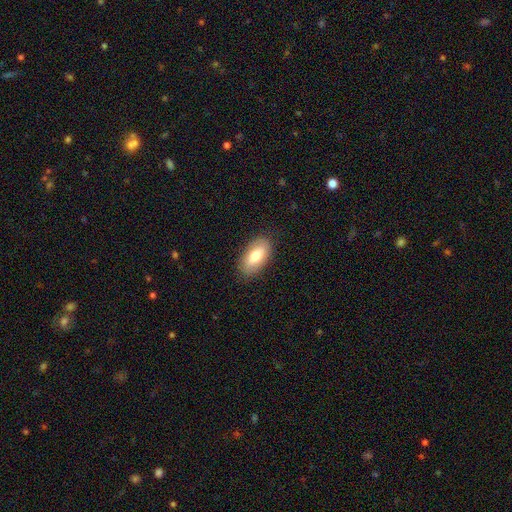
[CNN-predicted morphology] smooth_or_featured: smooth (p=0.77) [alt: featured or disk p=0.16]
how_rounded: in between (p=0.91) [alt: cigar-shaped p=0.06]
merging: none (p=0.85) [alt: minor disturbance p=0.11]